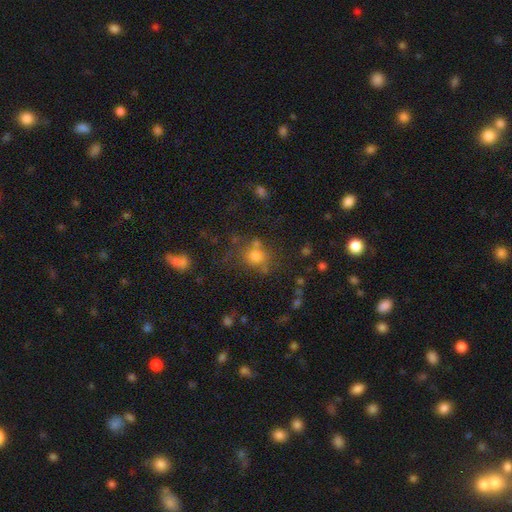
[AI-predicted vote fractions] smooth_or_featured: smooth (p=0.72) [alt: star or artifact p=0.17]
how_rounded: round (p=0.76) [alt: in between p=0.23]
merging: none (p=0.61) [alt: minor disturbance p=0.17]